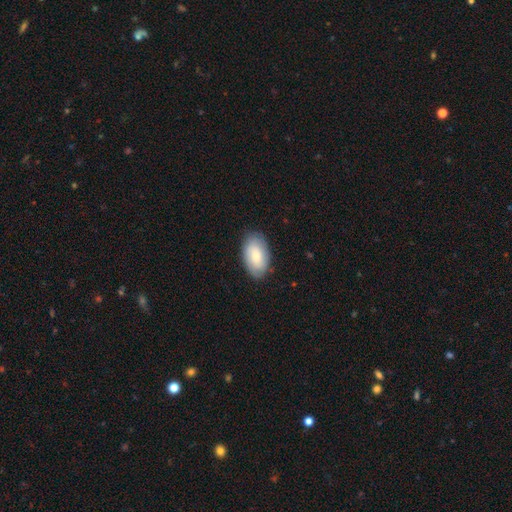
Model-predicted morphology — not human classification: This appears to be a smooth galaxy with no disk features (73%) that is in between round and cigar-shaped (94%). Merging: none (82%).